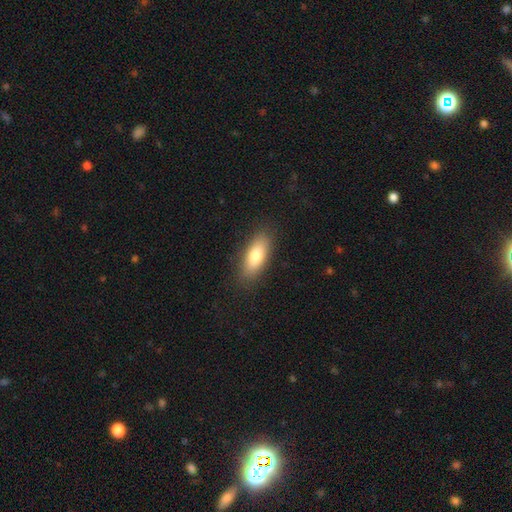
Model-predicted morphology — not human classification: Smooth or featured?
  - smooth: 78% *
  - featured or disk: 16%
  - star or artifact: 7%
How rounded?
  - in between: 77% *
  - cigar-shaped: 20%
  - round: 3%
Merging?
  - none: 87% *
  - minor disturbance: 10%
  - major disturbance: 3%
  - merger: 1%